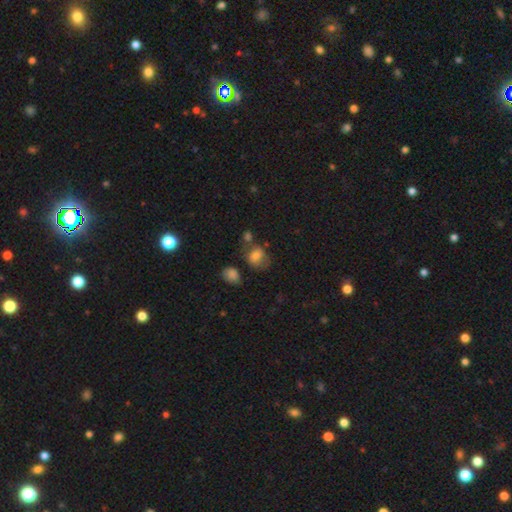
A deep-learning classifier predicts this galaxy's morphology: A smooth galaxy with no disk features (76%) that is round (54%).

Vote fractions:
- Smooth or featured? smooth: 76% / featured or disk: 13% / star or artifact: 11%
- How rounded? round: 54% / in between: 45% / cigar-shaped: 1%
- Merging? none: 50% / minor disturbance: 23% / merger: 16% / major disturbance: 11%